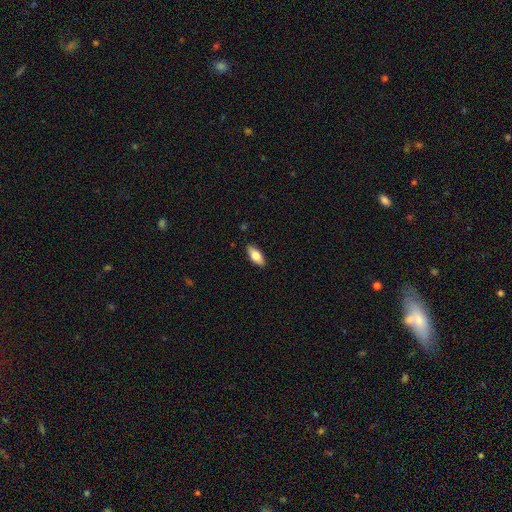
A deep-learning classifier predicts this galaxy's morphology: Smooth or featured?
  - smooth: 76% *
  - featured or disk: 18%
  - star or artifact: 6%
How rounded?
  - in between: 84% *
  - cigar-shaped: 14%
  - round: 2%
Merging?
  - none: 88% *
  - minor disturbance: 10%
  - major disturbance: 2%
  - merger: 1%